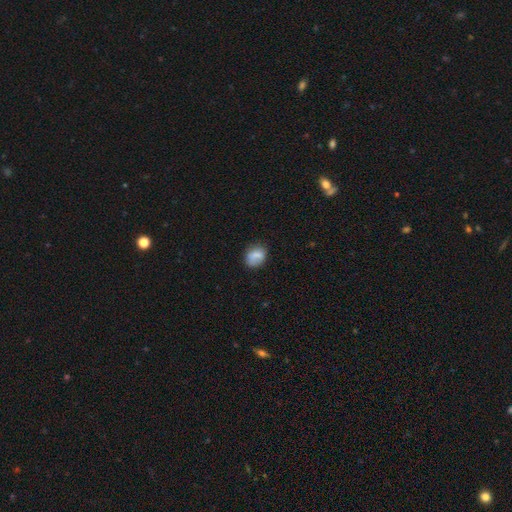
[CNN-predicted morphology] smooth_or_featured: smooth (p=0.76) [alt: featured or disk p=0.15]
how_rounded: in between (p=0.50) [alt: round p=0.48]
merging: none (p=0.69) [alt: minor disturbance p=0.21]